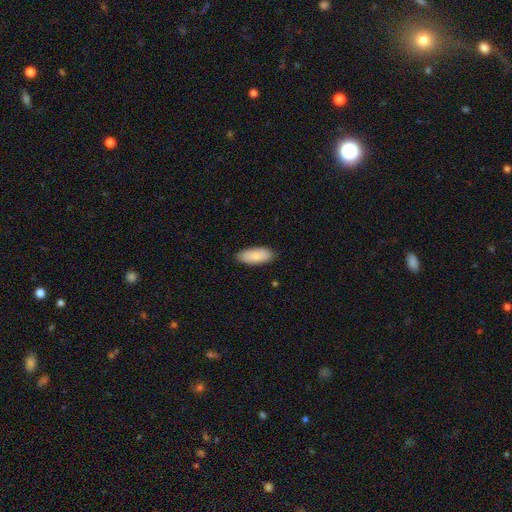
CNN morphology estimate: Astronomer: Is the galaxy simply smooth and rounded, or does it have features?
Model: smooth — 82%.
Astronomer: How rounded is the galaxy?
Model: in between — 85%.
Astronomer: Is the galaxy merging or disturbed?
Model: none — 86%.